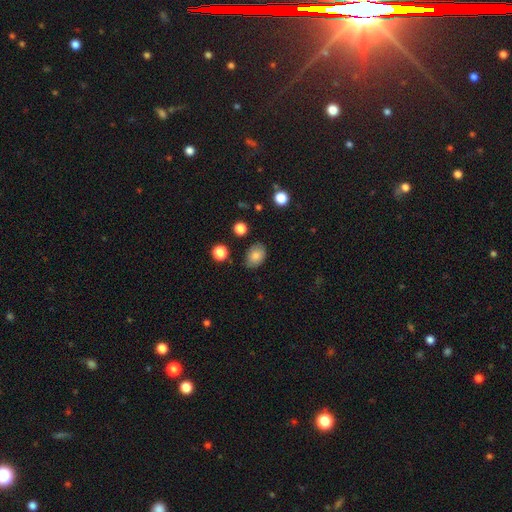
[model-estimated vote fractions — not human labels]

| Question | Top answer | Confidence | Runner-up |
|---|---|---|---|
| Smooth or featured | smooth | 83% | star or artifact (9%) |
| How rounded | in between | 76% | round (23%) |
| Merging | none | 78% | minor disturbance (17%) |